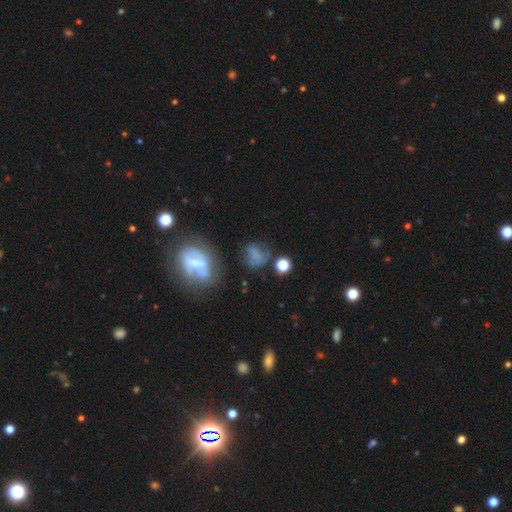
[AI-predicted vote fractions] Smooth or featured? smooth (57%)
How rounded? round (52%)
Merging? none (44%)